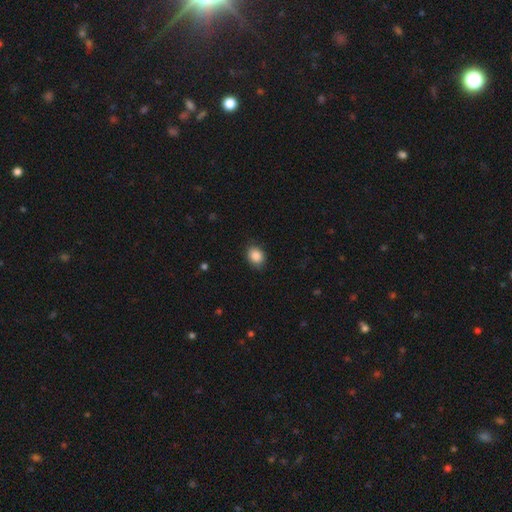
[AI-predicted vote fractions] This appears to be a smooth galaxy with no disk features (88%) that is in between round and cigar-shaped (57%). Merging: none (84%).